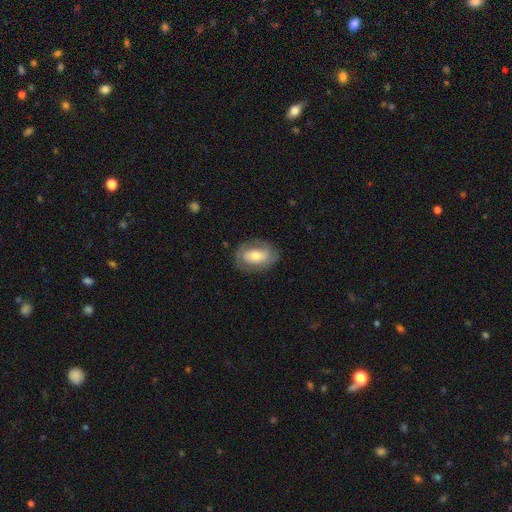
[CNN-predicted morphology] This appears to be a featured or disk galaxy (57%) with no bar (49%), spiral arms (74%) and a moderate central bulge (61%). Merging: none (75%).